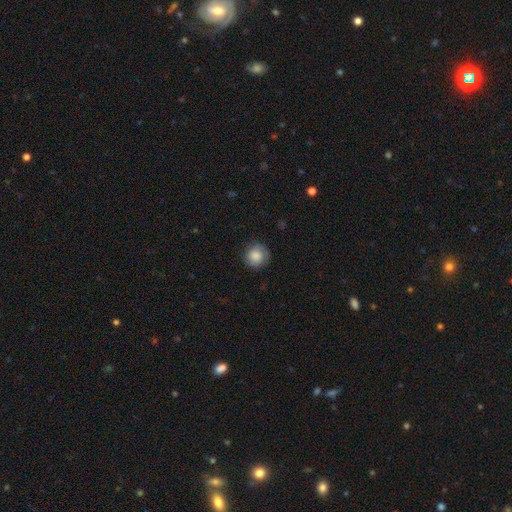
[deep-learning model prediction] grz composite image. It shows a smooth galaxy with no disk features (81%) that is round (93%). Merging: none (84%).